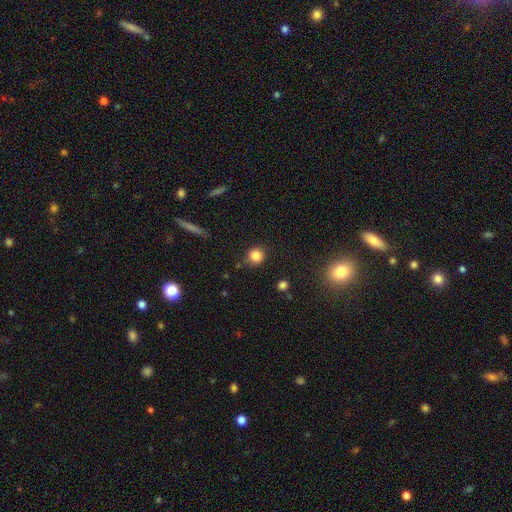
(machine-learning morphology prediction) The model was most divided on "merging": none: 83%, minor disturbance: 11%, major disturbance: 3%, merger: 3%. More confident: how rounded — round (89%); smooth or featured — smooth (84%).